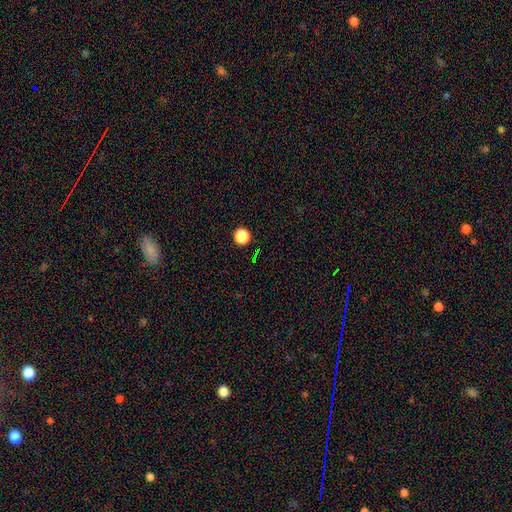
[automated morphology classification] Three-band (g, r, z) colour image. It shows a star or artifact, not a galaxy (49%).